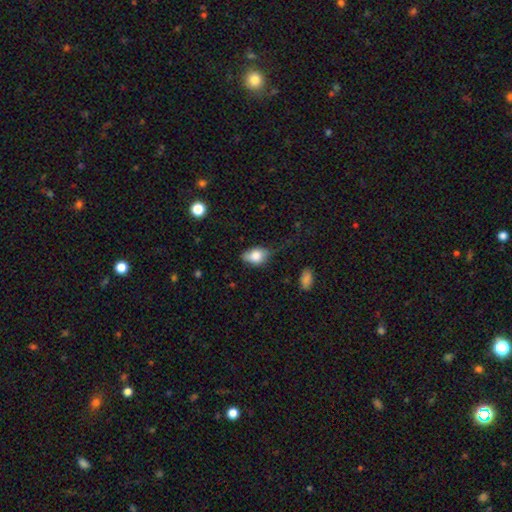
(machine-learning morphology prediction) This is likely a smooth galaxy (76%). How rounded: likely in between (80%). Merging: possibly none (53%).